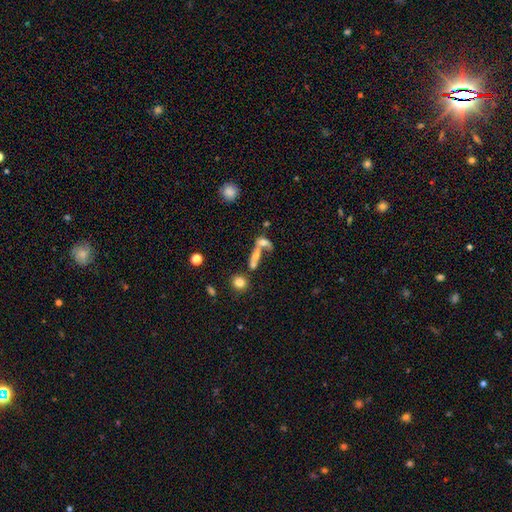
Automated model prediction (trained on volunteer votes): Overall: smooth (51%; featured or disk 34%). How rounded: in between (46%; cigar-shaped 39%). Merging: merger (55%; none 25%).